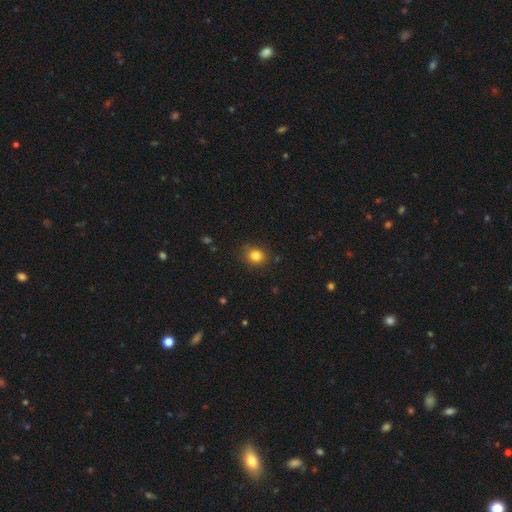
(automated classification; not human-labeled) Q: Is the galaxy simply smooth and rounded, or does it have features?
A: smooth — 83%.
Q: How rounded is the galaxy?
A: round — 67%.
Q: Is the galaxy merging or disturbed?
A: none — 84%.